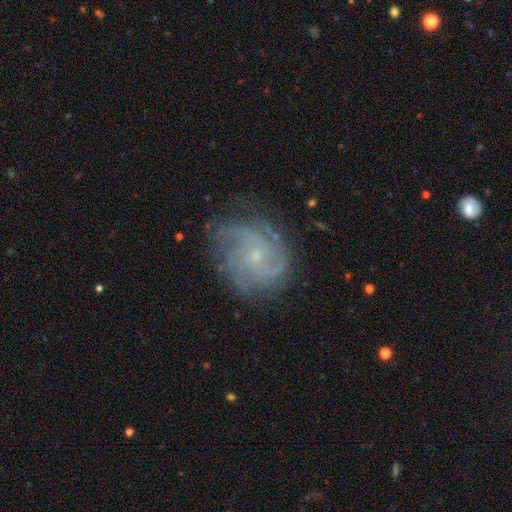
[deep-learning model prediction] Smooth or featured?
  - featured or disk: 84% *
  - smooth: 9%
  - star or artifact: 8%
Edge-on disk?
  - no: 98% *
  - yes: 2%
Bar?
  - no: 72% *
  - weak: 25%
  - strong: 3%
Spiral arms?
  - yes: 96% *
  - no: 4%
Spiral winding?
  - tight: 53% *
  - medium: 38%
  - loose: 9%
Spiral arm count?
  - can't tell: 25% *
  - 3: 24%
  - 4: 21%
  - 2: 15%
  - more than 4: 8%
  - 1: 7%
Bulge size?
  - small: 80% *
  - moderate: 14%
  - none: 4%
  - large: 1%
  - dominant: 1%
Merging?
  - none: 75% *
  - minor disturbance: 17%
  - major disturbance: 6%
  - merger: 1%